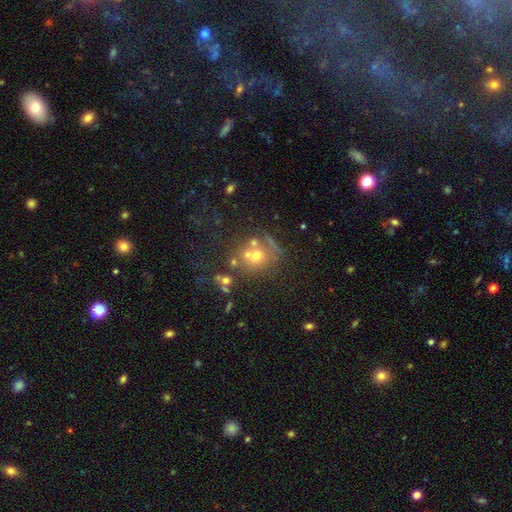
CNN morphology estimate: This is possibly a smooth galaxy (52%). How rounded: likely round (77%). Merging: possibly none (45%).